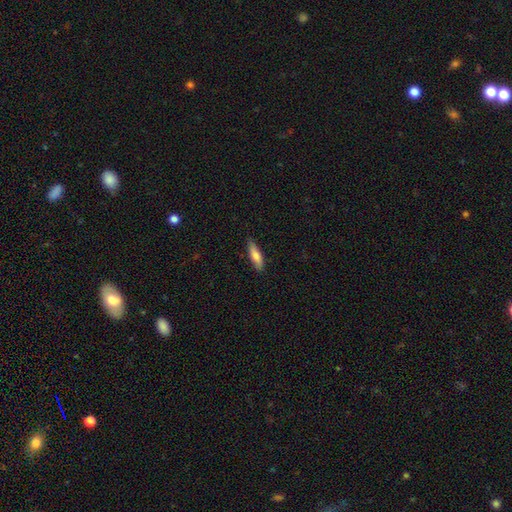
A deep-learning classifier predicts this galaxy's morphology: smooth-or-featured: smooth: 76% | featured or disk: 19% | star or artifact: 6%
  how-rounded: cigar-shaped: 63% | in between: 35% | round: 2%
  merging: none: 84% | minor disturbance: 13% | major disturbance: 2% | merger: 1%